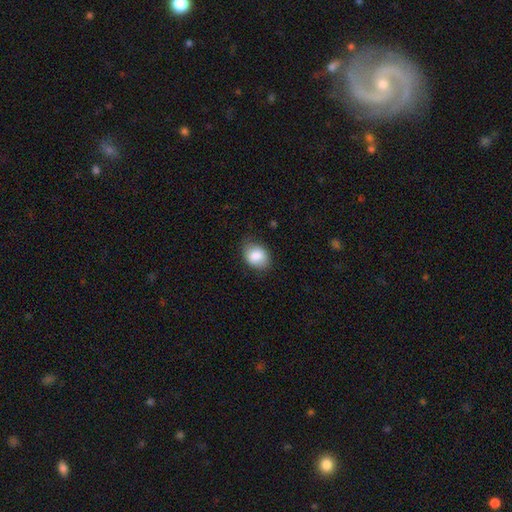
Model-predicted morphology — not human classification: Overall: smooth (84%). How rounded: in between (63%; round 36%). Merging: none (74%).